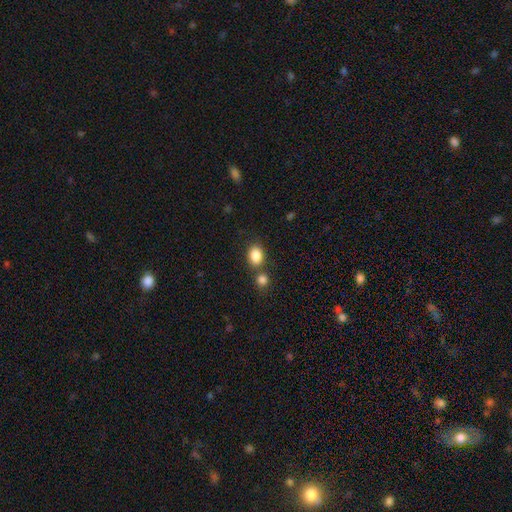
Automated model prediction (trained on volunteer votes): This appears to be a smooth galaxy with no disk features (85%) that is in between round and cigar-shaped (66%). Merging: none (63%).